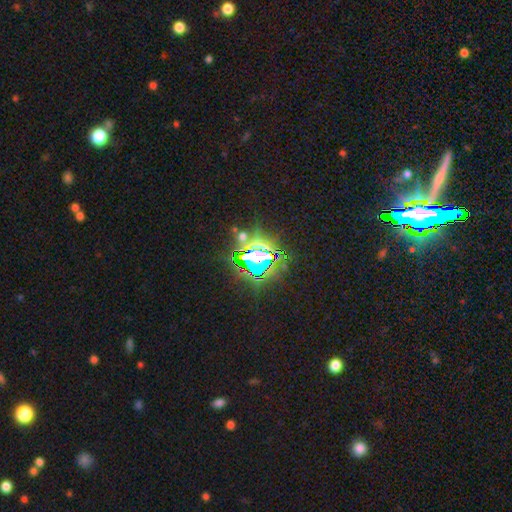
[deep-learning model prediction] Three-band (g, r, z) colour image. It shows a star or artifact, not a galaxy (76%).